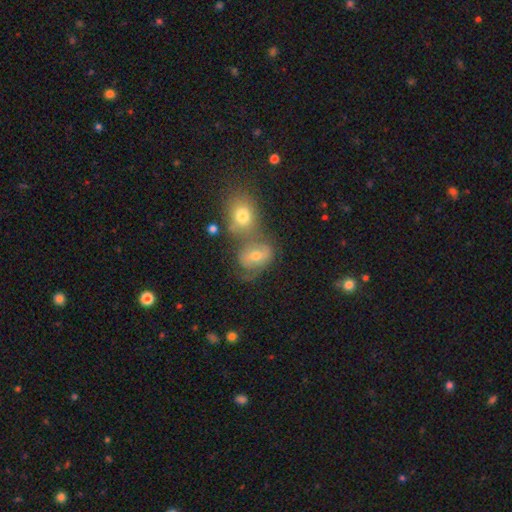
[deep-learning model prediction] Smooth or featured? smooth (51%)
How rounded? in between (58%)
Merging? merger (43%)